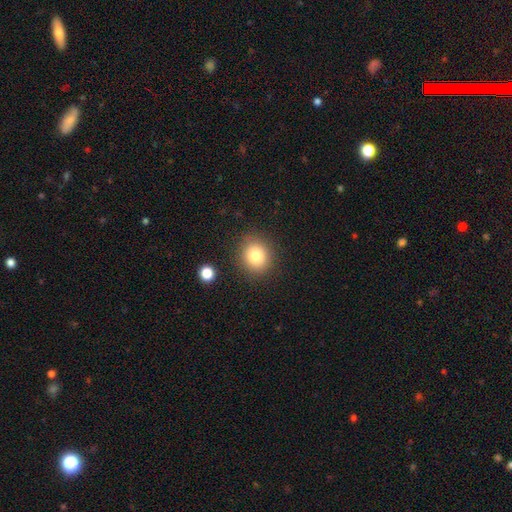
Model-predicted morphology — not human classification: This is clearly a smooth galaxy (81%). How rounded: likely round (78%). Merging: clearly none (86%).